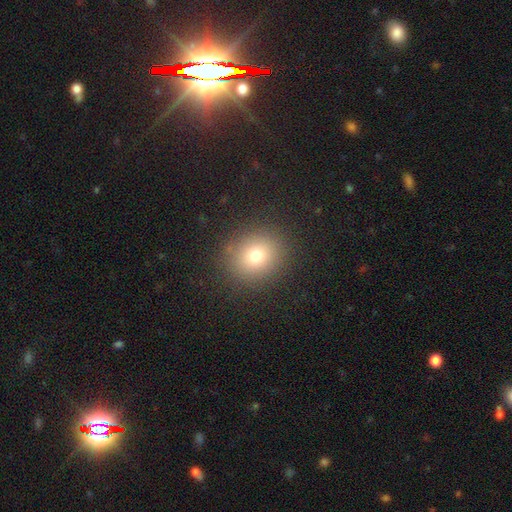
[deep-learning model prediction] This is likely a smooth galaxy (75%). How rounded: likely round (73%). Merging: clearly none (88%).